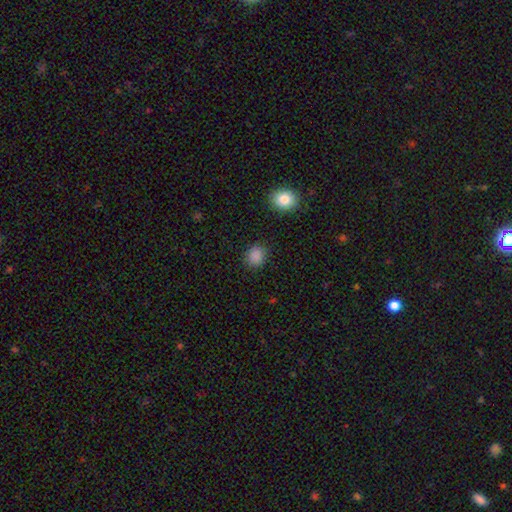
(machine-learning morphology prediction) smooth 86%, star or artifact 11%, featured or disk 3%. Down the decision tree: how rounded — round (72%); merging — none (86%).